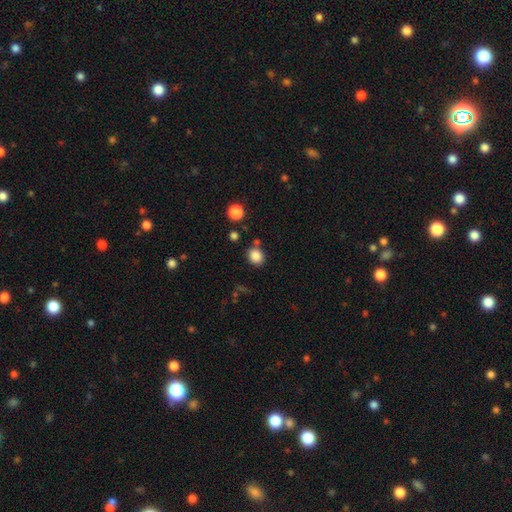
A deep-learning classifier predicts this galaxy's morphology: A smooth galaxy with no disk features (85%) that is round (66%). Merging: none (77%).